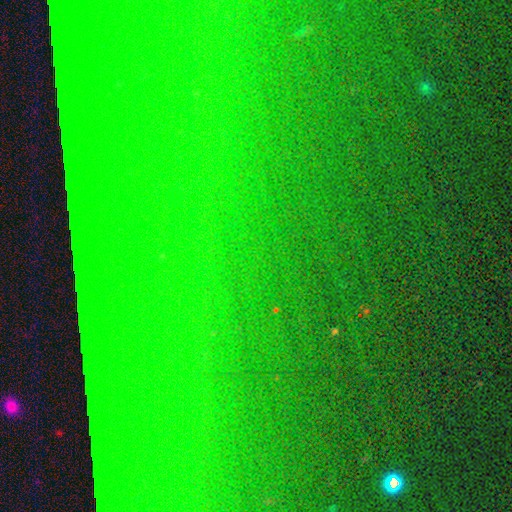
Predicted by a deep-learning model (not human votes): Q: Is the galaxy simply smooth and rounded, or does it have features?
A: star or artifact — 80%.